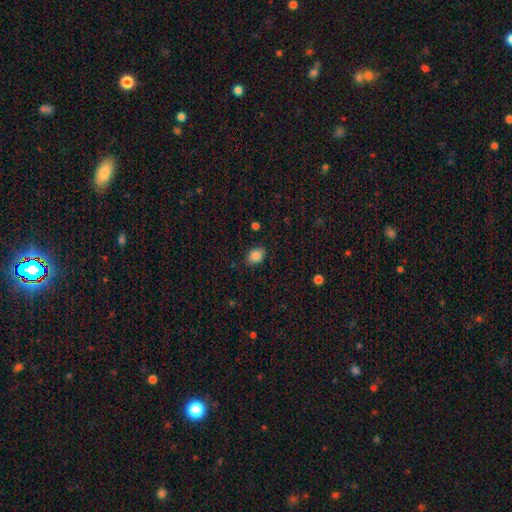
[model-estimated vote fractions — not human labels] The model was most divided on "how rounded": in between: 72%, round: 27%, cigar-shaped: 1%. More confident: smooth or featured — smooth (86%); merging — none (84%).